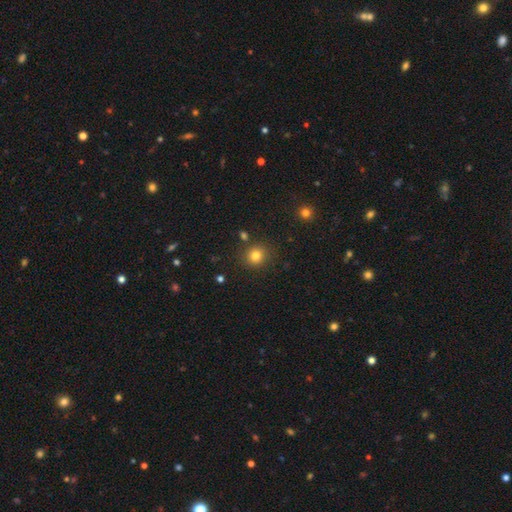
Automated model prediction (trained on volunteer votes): The model was most divided on "smooth or featured": smooth: 81%, star or artifact: 13%, featured or disk: 6%. More confident: how rounded — round (88%); merging — none (85%).